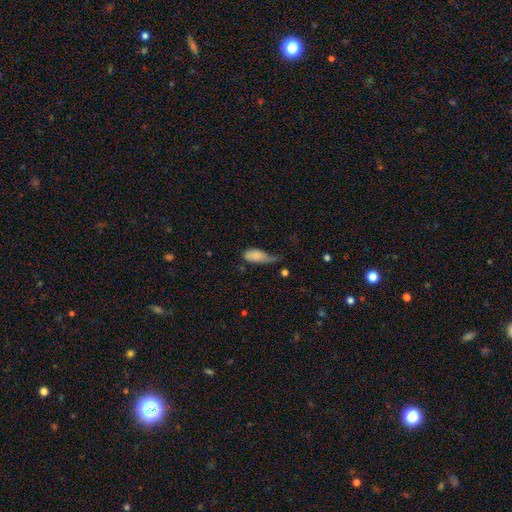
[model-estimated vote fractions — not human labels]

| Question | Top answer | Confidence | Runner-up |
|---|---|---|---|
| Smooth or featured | smooth | 79% | featured or disk (14%) |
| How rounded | in between | 90% | cigar-shaped (7%) |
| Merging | minor disturbance | 42% | major disturbance (30%) |